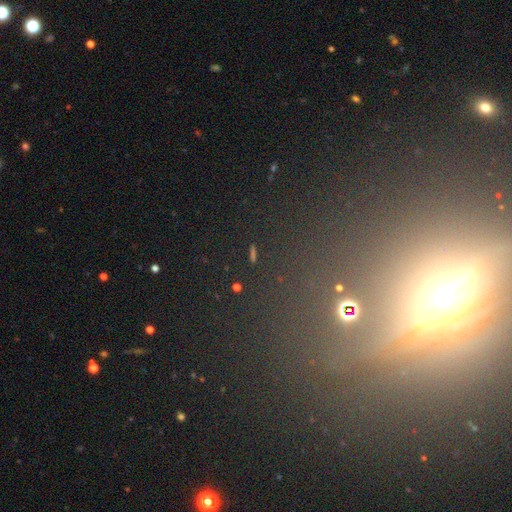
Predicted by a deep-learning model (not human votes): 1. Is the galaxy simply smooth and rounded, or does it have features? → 71% star or artifact, 18% smooth, 11% featured or disk.